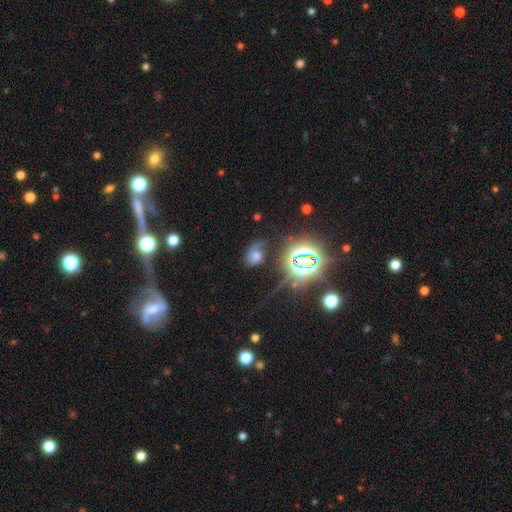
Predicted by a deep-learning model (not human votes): smooth 39%, star or artifact 35%, featured or disk 26%. Down the decision tree: merging — none (44%).